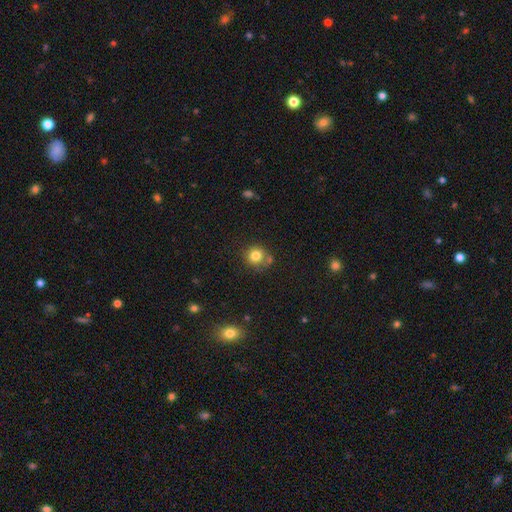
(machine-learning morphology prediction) Smooth or featured?
  - smooth: 80% *
  - star or artifact: 12%
  - featured or disk: 8%
How rounded?
  - round: 89% *
  - in between: 10%
  - cigar-shaped: 1%
Merging?
  - none: 68% *
  - merger: 15%
  - minor disturbance: 13%
  - major disturbance: 4%